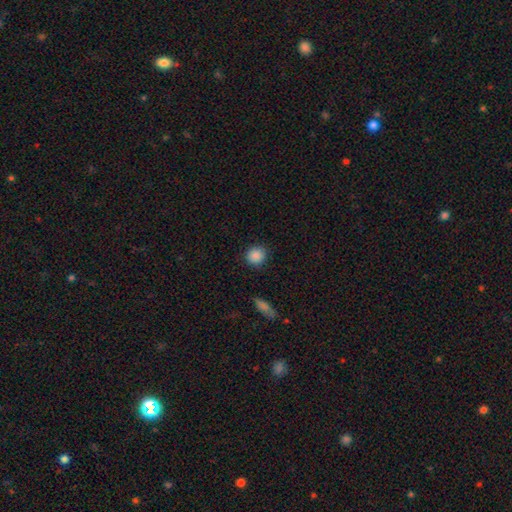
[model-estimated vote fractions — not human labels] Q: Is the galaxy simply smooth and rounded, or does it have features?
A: smooth — 88%.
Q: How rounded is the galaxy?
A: round — 87%.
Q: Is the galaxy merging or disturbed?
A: none — 89%.